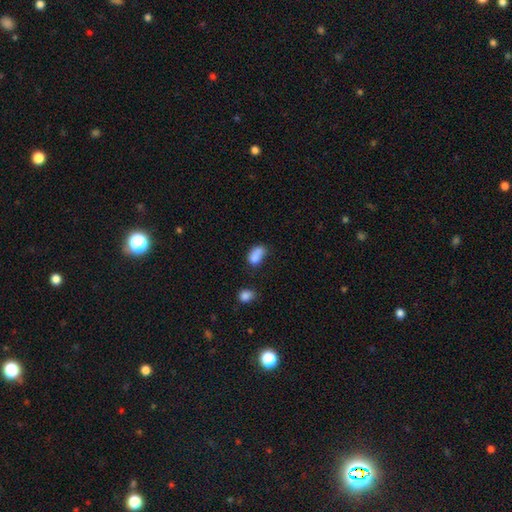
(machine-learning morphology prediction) This is likely a smooth galaxy (80%). How rounded: clearly in between (83%). Merging: marginally none (38%).